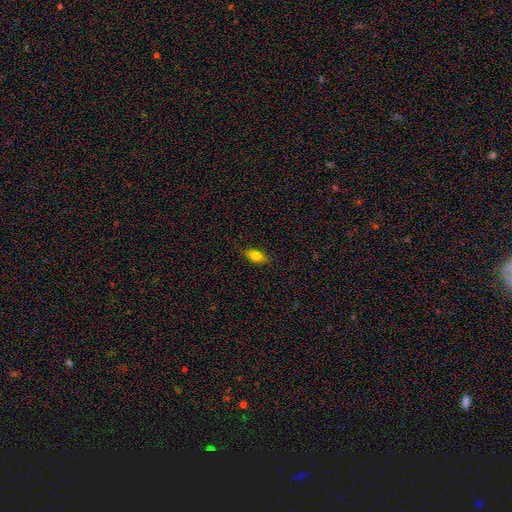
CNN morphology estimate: smooth 77%, featured or disk 14%, star or artifact 9%. Down the decision tree: how rounded — in between (83%); merging — none (85%).